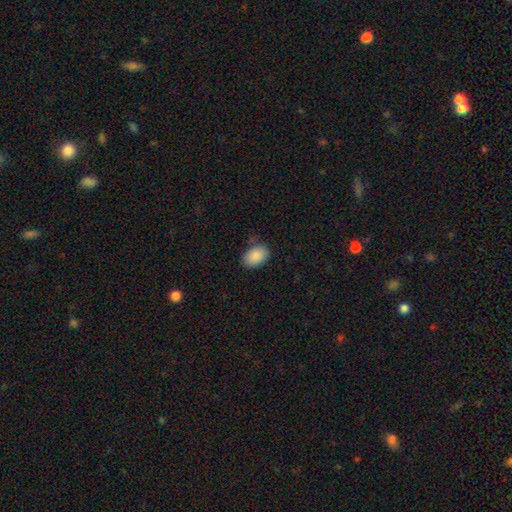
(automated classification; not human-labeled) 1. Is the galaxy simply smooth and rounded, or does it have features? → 88% smooth, 7% star or artifact, 5% featured or disk.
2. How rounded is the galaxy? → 89% in between, 10% round, 1% cigar-shaped.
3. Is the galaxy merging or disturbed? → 81% none, 14% minor disturbance, 3% major disturbance, 2% merger.